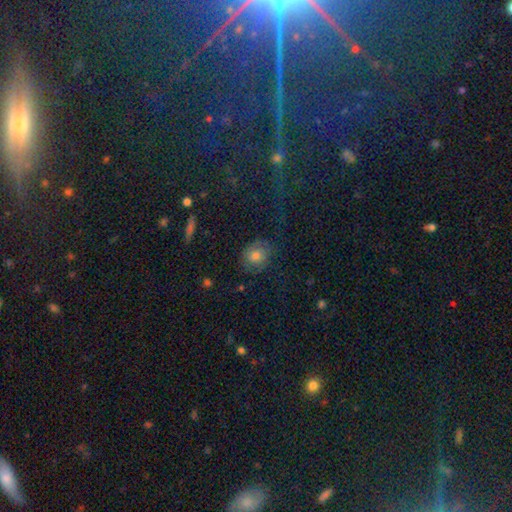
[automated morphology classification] Overall: smooth (63%). How rounded: round (69%; in between 30%). Merging: none (73%).